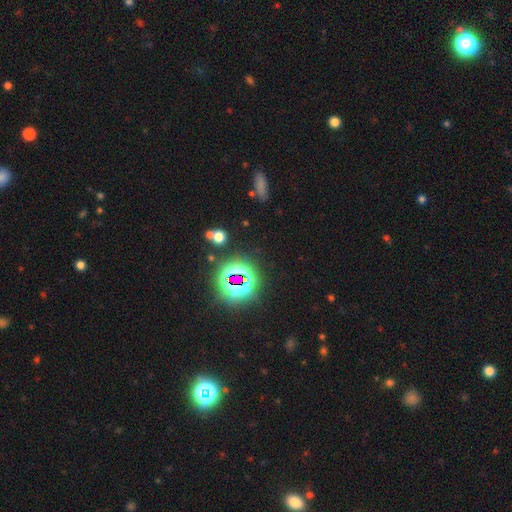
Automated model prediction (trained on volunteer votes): smooth_or_featured: star or artifact (p=0.81) [alt: smooth p=0.11]